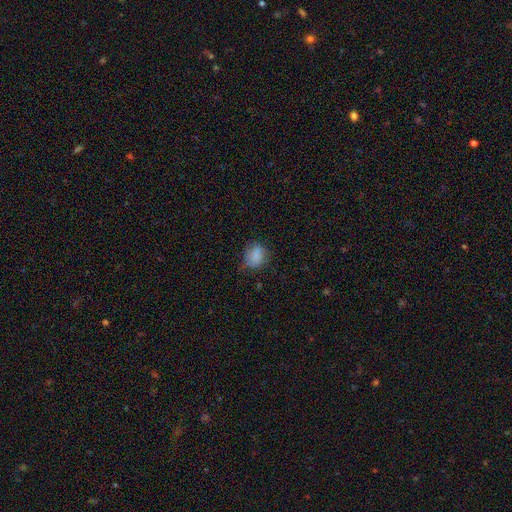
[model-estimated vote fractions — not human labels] smooth-or-featured: smooth: 82% | star or artifact: 10% | featured or disk: 7%
  how-rounded: in between: 52% | round: 47% | cigar-shaped: 1%
  merging: none: 61% | minor disturbance: 28% | major disturbance: 9% | merger: 1%